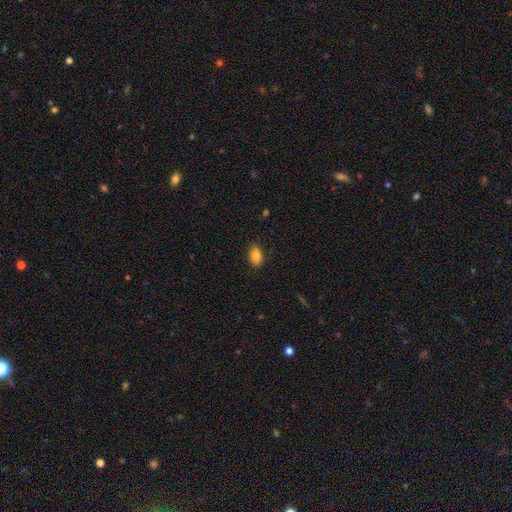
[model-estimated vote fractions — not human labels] Smooth or featured? Predicted: smooth (p=0.84). How rounded? Predicted: in between (p=0.90). Merging? Predicted: none (p=0.86).